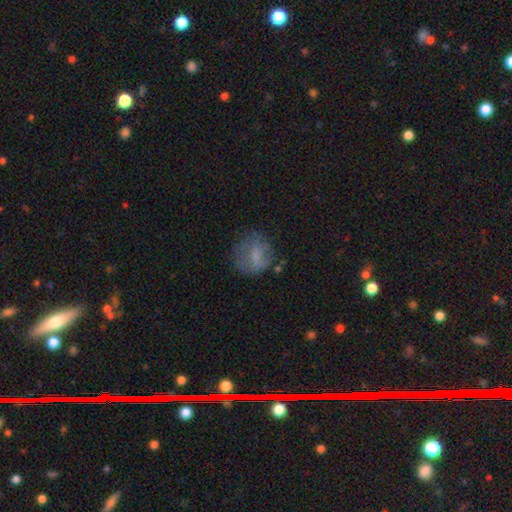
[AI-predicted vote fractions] smooth-or-featured: smooth: 60% | featured or disk: 28% | star or artifact: 12%
  how-rounded: round: 71% | in between: 27% | cigar-shaped: 2%
  merging: none: 57% | minor disturbance: 23% | major disturbance: 18% | merger: 3%